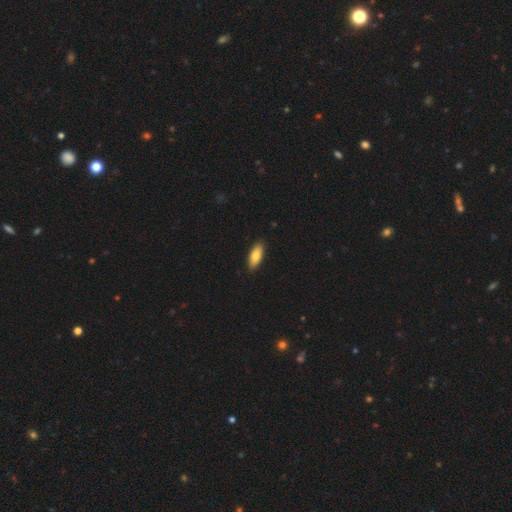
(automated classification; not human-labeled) smooth_or_featured: smooth (p=0.82) [alt: featured or disk p=0.12]
how_rounded: in between (p=0.82) [alt: cigar-shaped p=0.16]
merging: none (p=0.89) [alt: minor disturbance p=0.08]